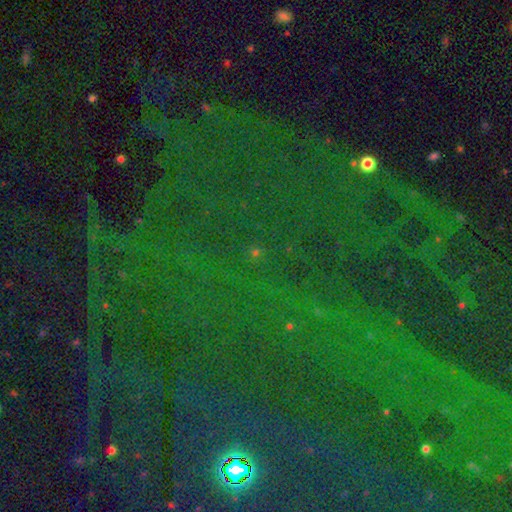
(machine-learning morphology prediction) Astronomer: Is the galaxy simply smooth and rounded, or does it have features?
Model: star or artifact — 82%.